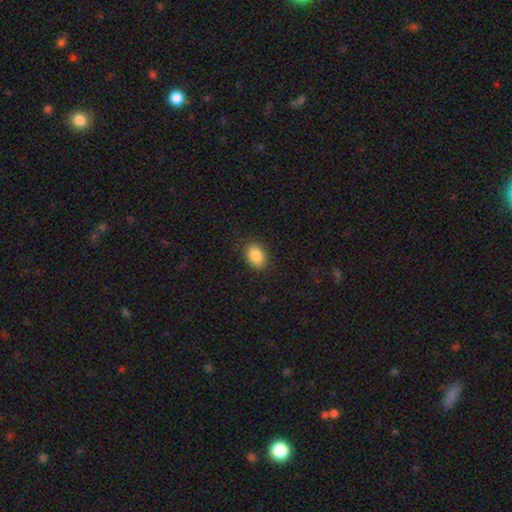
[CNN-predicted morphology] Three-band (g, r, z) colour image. It shows a smooth galaxy with no disk features (87%) that is in between round and cigar-shaped (73%). Merging: none (86%).